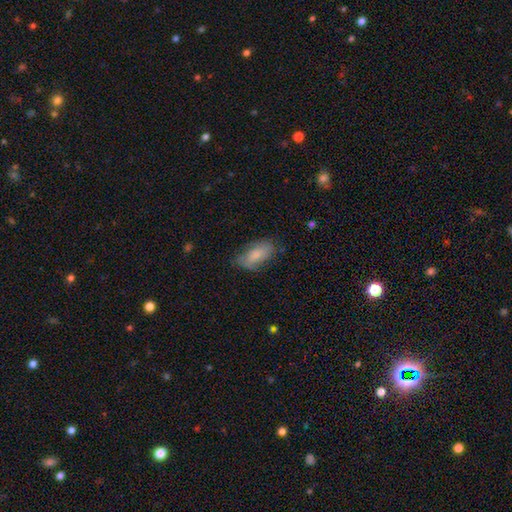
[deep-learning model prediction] This is likely a smooth galaxy (74%). How rounded: clearly in between (88%). Merging: likely none (66%).